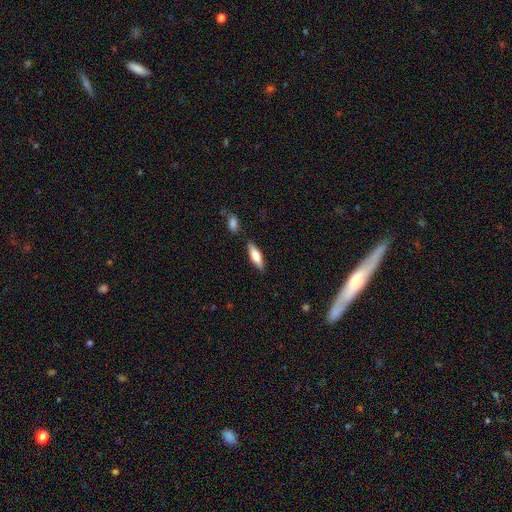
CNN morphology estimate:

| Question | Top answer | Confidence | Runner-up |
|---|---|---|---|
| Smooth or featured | smooth | 70% | featured or disk (24%) |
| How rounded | cigar-shaped | 52% | in between (46%) |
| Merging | none | 82% | minor disturbance (11%) |